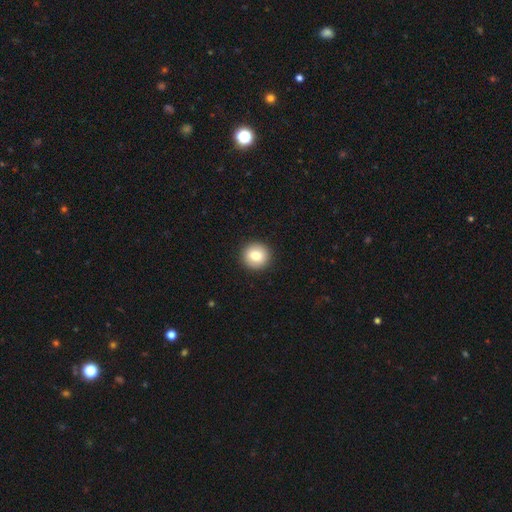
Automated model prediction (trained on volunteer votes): Smooth or featured? smooth (80%)
How rounded? round (93%)
Merging? none (92%)